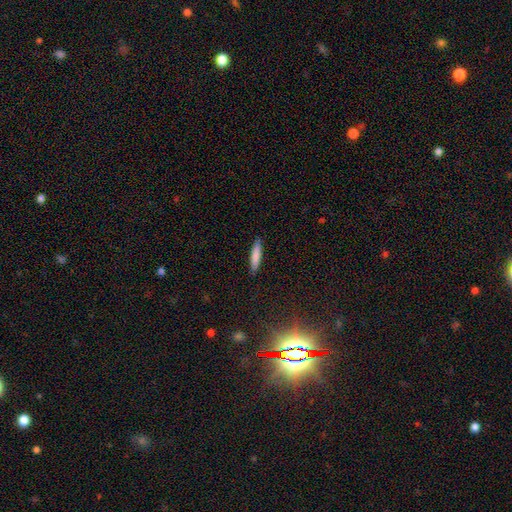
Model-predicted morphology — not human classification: A smooth galaxy with no disk features (82%) that is cigar-shaped (88%). Merging: none (90%).